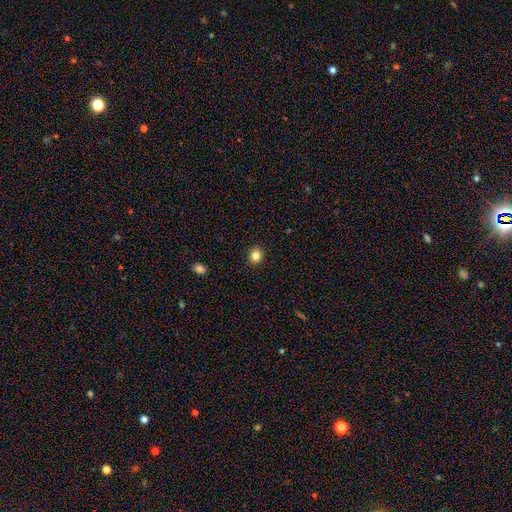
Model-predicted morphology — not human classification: Smooth or featured? Predicted: smooth (p=0.84). How rounded? Predicted: round (p=0.81). Merging? Predicted: none (p=0.92).